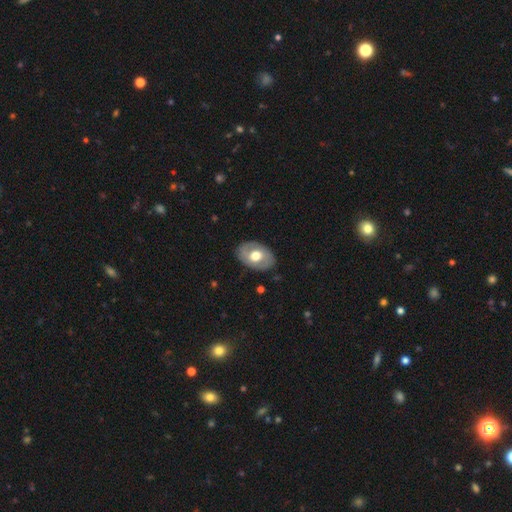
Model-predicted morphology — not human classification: Smooth or featured: smooth — 52% (featured or disk — 42%)
How rounded: in between — 82% (round — 17%)
Merging: none — 82% (minor disturbance — 13%)